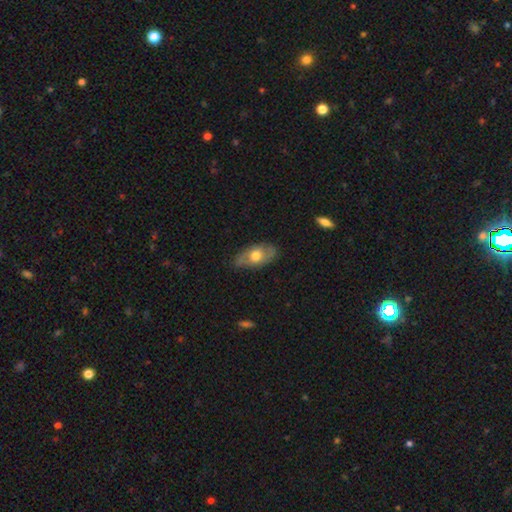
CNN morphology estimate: Smooth or featured? Predicted: smooth (p=0.53). How rounded? Predicted: in between (p=0.89). Merging? Predicted: none (p=0.74).